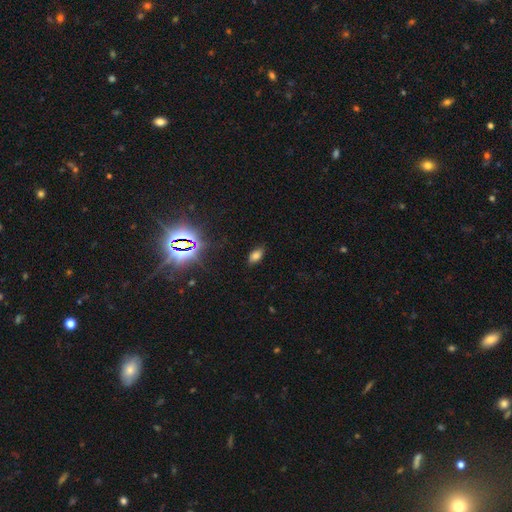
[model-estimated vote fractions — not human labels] smooth 70%, star or artifact 22%, featured or disk 9%. Down the decision tree: how rounded — in between (91%); merging — none (84%).